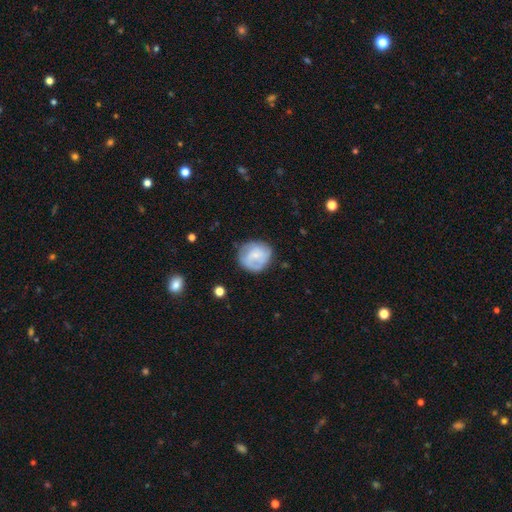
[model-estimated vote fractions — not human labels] Smooth or featured: featured or disk — 51% (smooth — 42%)
Edge-on disk: no — 98% (yes — 2%)
Bar: no — 68% (weak — 27%)
Spiral arms: yes — 80% (no — 20%)
Bulge size: small — 65% (moderate — 21%)
Merging: none — 69% (minor disturbance — 21%)